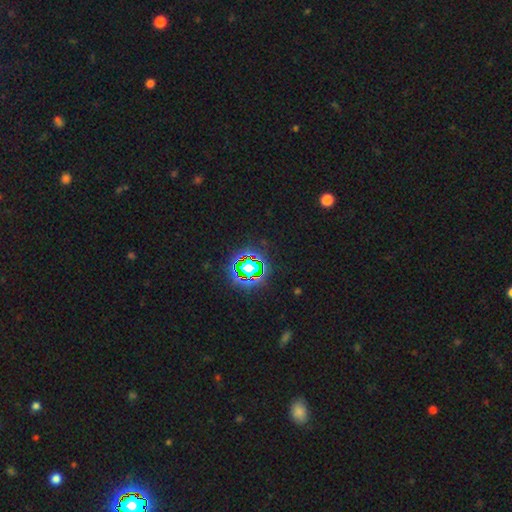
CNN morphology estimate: type=star or artifact (78%).